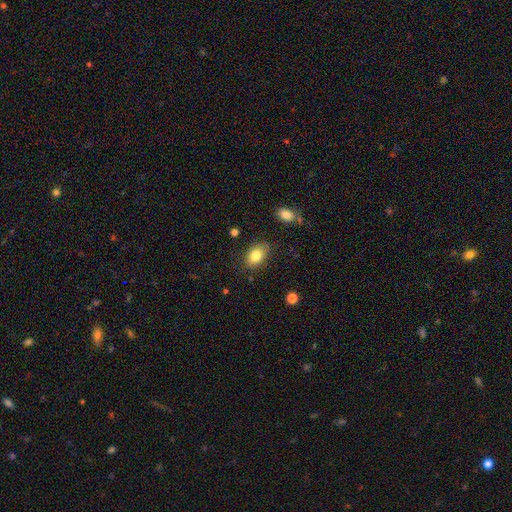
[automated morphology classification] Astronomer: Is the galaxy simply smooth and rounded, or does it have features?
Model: smooth — 83%.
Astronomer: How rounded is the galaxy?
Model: in between — 84%.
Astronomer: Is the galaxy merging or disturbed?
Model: none — 80%.